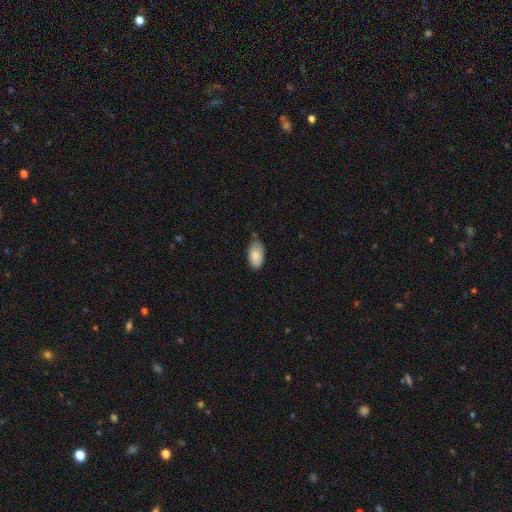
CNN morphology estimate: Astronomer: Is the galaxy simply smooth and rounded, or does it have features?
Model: smooth — 85%.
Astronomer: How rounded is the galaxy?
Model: in between — 95%.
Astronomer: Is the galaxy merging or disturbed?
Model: none — 66%.